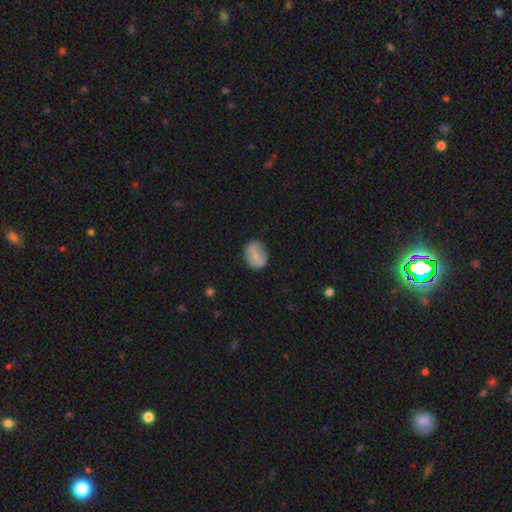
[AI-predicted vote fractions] This appears to be a smooth galaxy with no disk features (56%) that is in between round and cigar-shaped (58%). Merging: none (79%).